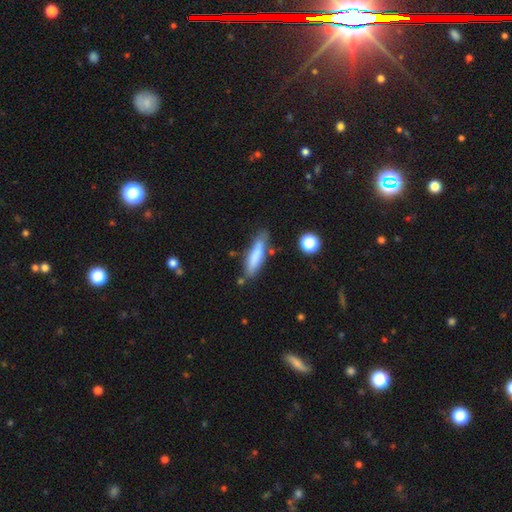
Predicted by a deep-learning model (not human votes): Morphology: type=smooth (74%); roundness=cigar-shaped (72%); merging=none (69%).